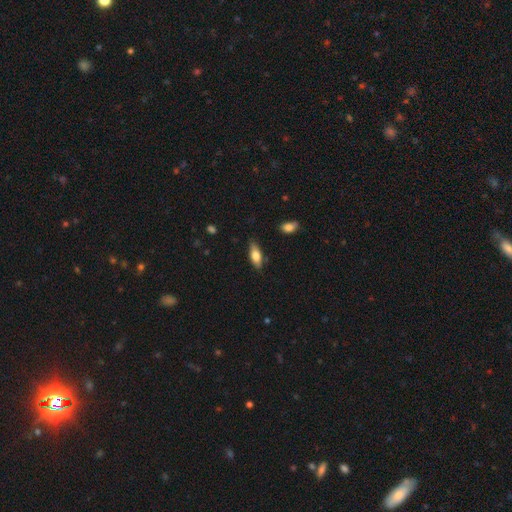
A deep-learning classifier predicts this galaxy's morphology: A smooth galaxy with no disk features (68%) that is in between round and cigar-shaped (73%).

Vote fractions:
- Smooth or featured? smooth: 68% / featured or disk: 25% / star or artifact: 6%
- How rounded? in between: 73% / cigar-shaped: 24% / round: 3%
- Merging? none: 81% / minor disturbance: 14% / major disturbance: 3% / merger: 2%